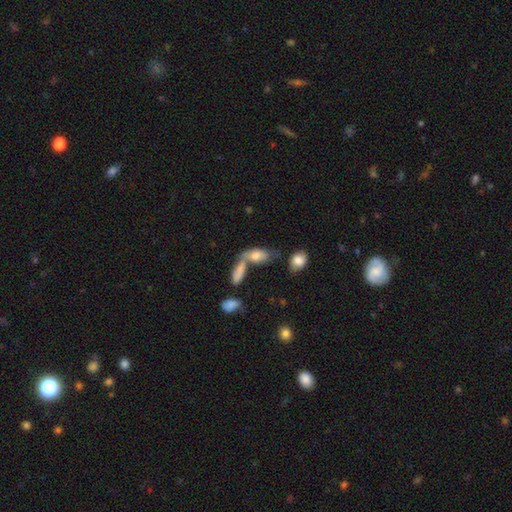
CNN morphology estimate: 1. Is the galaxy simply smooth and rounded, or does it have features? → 70% smooth, 20% featured or disk, 10% star or artifact.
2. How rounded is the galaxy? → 82% in between, 13% cigar-shaped, 6% round.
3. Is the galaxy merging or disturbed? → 48% merger, 31% none, 13% minor disturbance, 9% major disturbance.